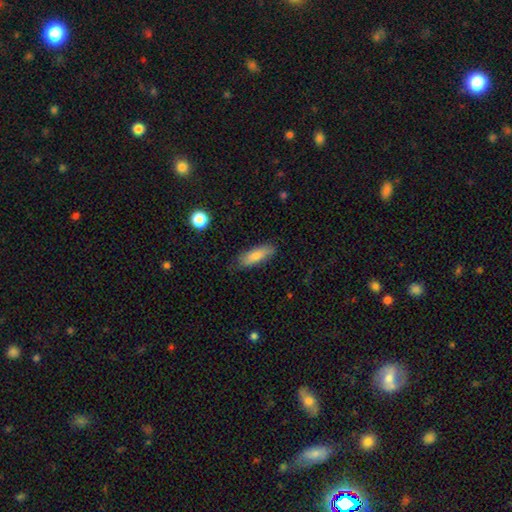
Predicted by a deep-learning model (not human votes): A smooth galaxy with no disk features (79%) that is in between round and cigar-shaped (51%).

Vote fractions:
- Smooth or featured? smooth: 79% / featured or disk: 14% / star or artifact: 7%
- How rounded? in between: 51% / cigar-shaped: 47% / round: 2%
- Merging? none: 80% / minor disturbance: 15% / major disturbance: 3% / merger: 1%